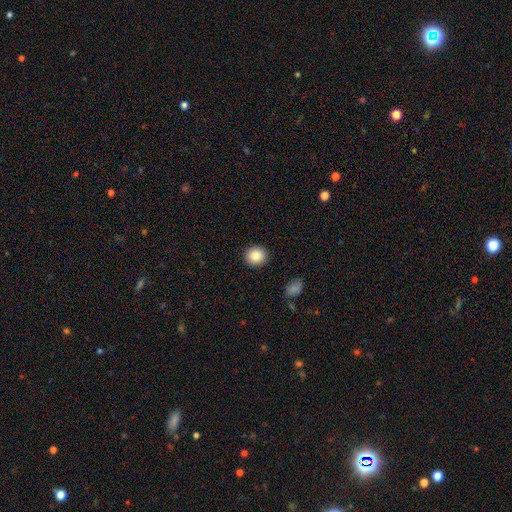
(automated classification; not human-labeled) Smooth or featured? smooth (86%)
How rounded? round (90%)
Merging? none (92%)